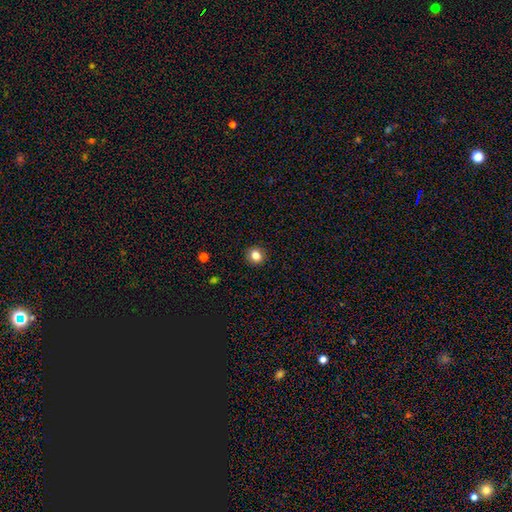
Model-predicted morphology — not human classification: Smooth or featured: smooth — 82% (star or artifact — 11%)
How rounded: round — 81% (in between — 18%)
Merging: none — 91% (minor disturbance — 7%)